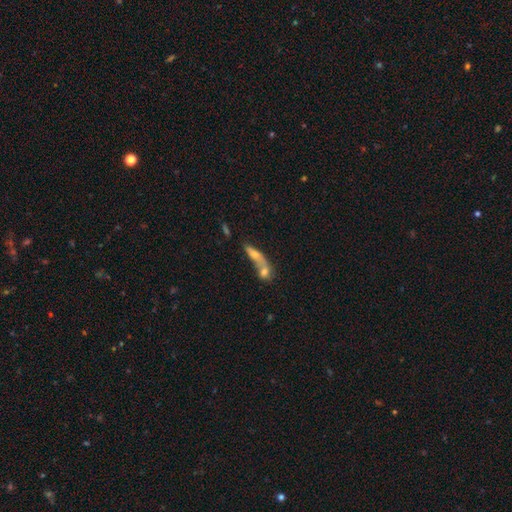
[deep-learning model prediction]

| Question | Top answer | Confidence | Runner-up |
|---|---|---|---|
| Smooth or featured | smooth | 62% | featured or disk (28%) |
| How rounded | in between | 47% | cigar-shaped (42%) |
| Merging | merger | 61% | none (21%) |